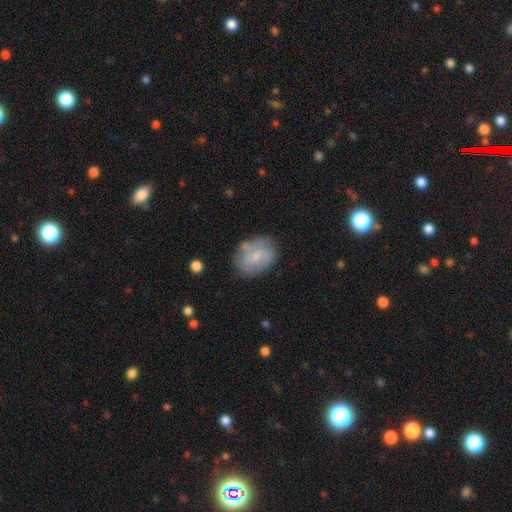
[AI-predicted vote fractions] smooth-or-featured: smooth: 50% | featured or disk: 43% | star or artifact: 7%
  merging: none: 69% | minor disturbance: 21% | major disturbance: 7% | merger: 2%